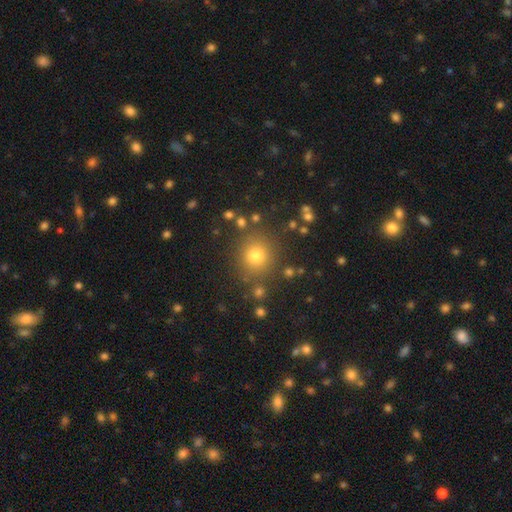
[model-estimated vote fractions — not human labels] Smooth or featured: smooth — 73% (star or artifact — 20%)
How rounded: round — 90% (in between — 10%)
Merging: none — 85% (minor disturbance — 8%)